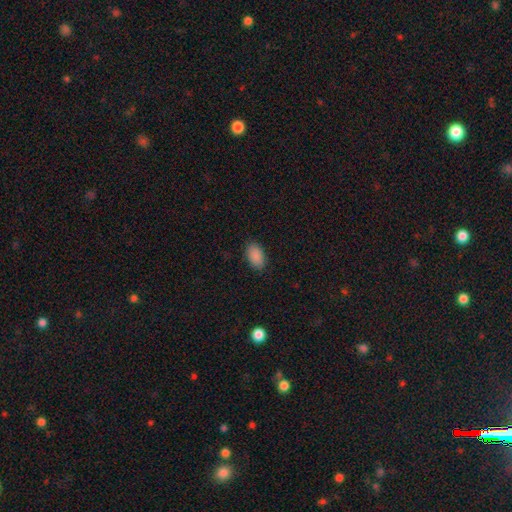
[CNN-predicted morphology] smooth 89%, star or artifact 8%, featured or disk 3%. Down the decision tree: how rounded — in between (92%); merging — none (87%).